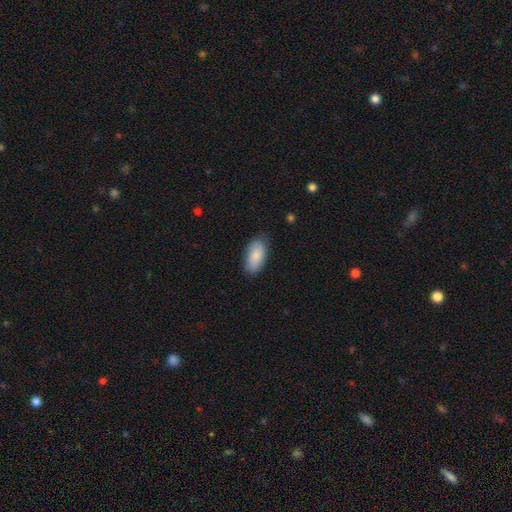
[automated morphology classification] smooth 87%, featured or disk 7%, star or artifact 6%. Down the decision tree: how rounded — in between (92%); merging — none (79%).